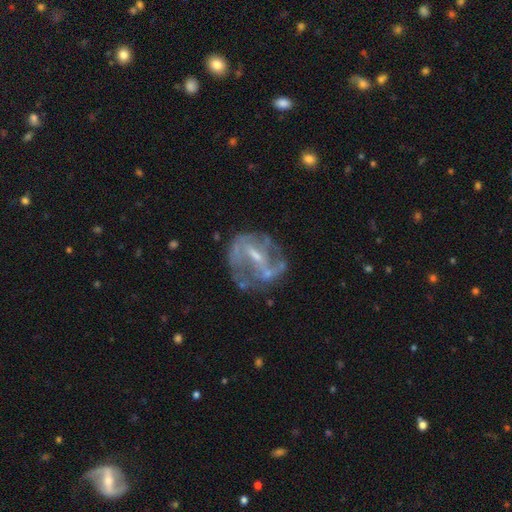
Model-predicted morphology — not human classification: Smooth or featured?
  - featured or disk: 77% *
  - smooth: 14%
  - star or artifact: 9%
Edge-on disk?
  - no: 96% *
  - yes: 4%
Bar?
  - weak: 41% *
  - strong: 37%
  - no: 22%
Spiral arms?
  - yes: 60% *
  - no: 40%
Bulge size?
  - small: 54% *
  - moderate: 31%
  - none: 12%
  - large: 2%
  - dominant: 1%
Merging?
  - none: 53% *
  - major disturbance: 20%
  - minor disturbance: 20%
  - merger: 6%